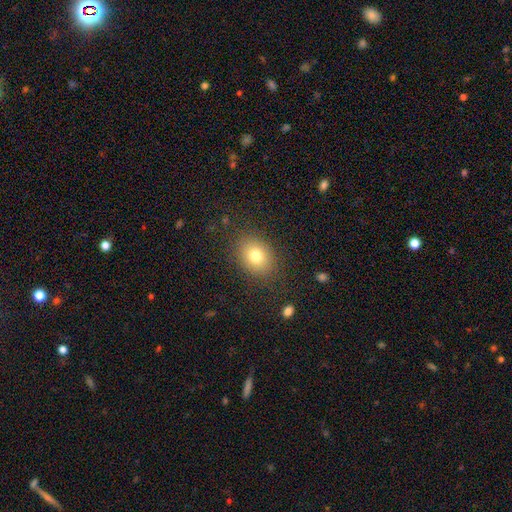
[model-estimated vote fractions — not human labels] This appears to be a smooth galaxy with no disk features (77%) that is in between round and cigar-shaped (55%). Merging: none (85%).